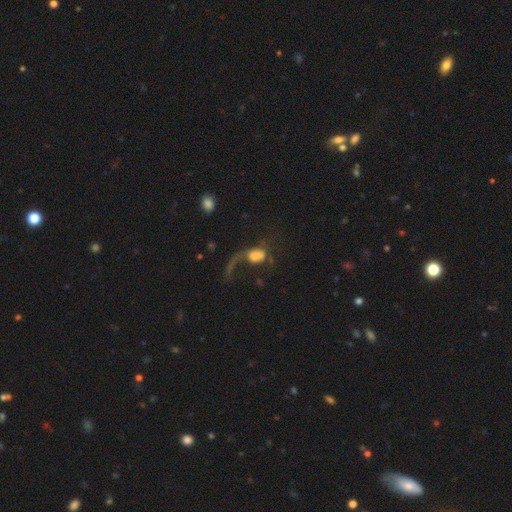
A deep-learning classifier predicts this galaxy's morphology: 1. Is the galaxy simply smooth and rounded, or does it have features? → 48% smooth, 42% featured or disk, 10% star or artifact.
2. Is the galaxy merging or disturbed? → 63% major disturbance, 18% none, 11% minor disturbance, 7% merger.